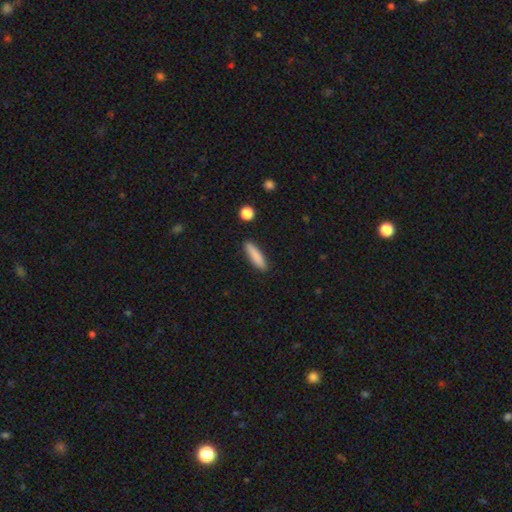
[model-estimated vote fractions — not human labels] This is clearly a smooth galaxy (85%). How rounded: likely cigar-shaped (77%). Merging: clearly none (88%).